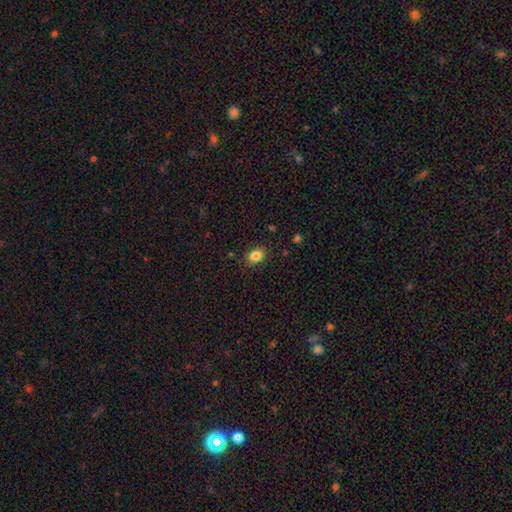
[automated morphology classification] Smooth or featured: smooth — 84% (star or artifact — 10%)
How rounded: in between — 60% (round — 39%)
Merging: none — 86% (minor disturbance — 10%)